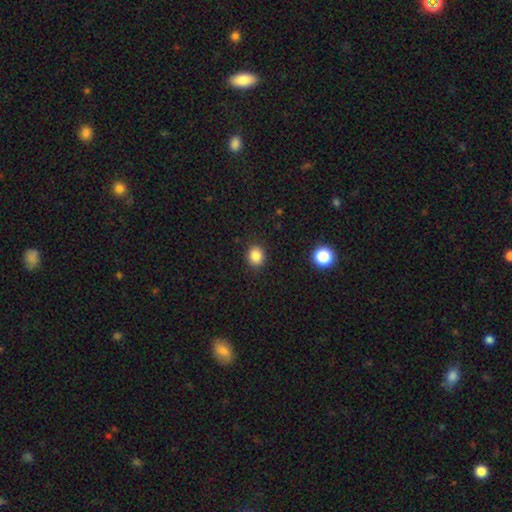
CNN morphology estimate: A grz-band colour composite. It shows a smooth galaxy with no disk features (85%) that is round (70%). Merging: none (90%).